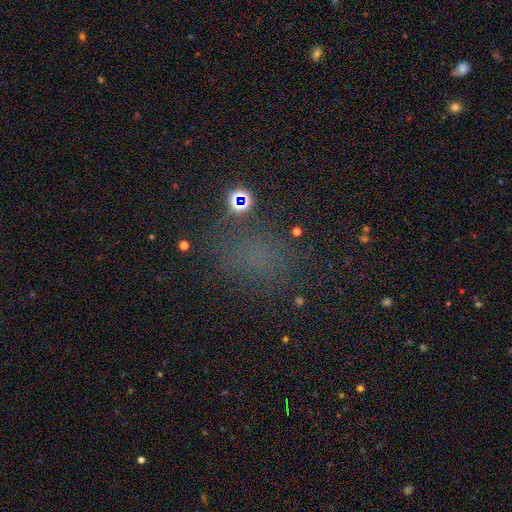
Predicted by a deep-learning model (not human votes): A smooth galaxy with no disk features (56%) that is in between round and cigar-shaped (55%).

Vote fractions:
- Smooth or featured? smooth: 56% / star or artifact: 36% / featured or disk: 8%
- How rounded? in between: 55% / round: 42% / cigar-shaped: 2%
- Merging? none: 74% / minor disturbance: 14% / major disturbance: 7% / merger: 5%